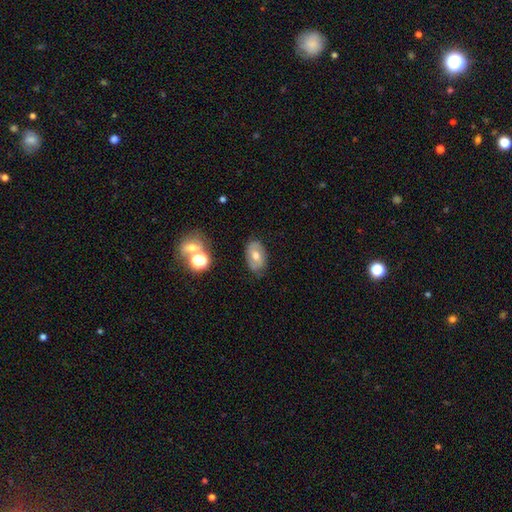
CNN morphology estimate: This appears to be a featured or disk galaxy (44%, tied with smooth). Merging: none (81%).